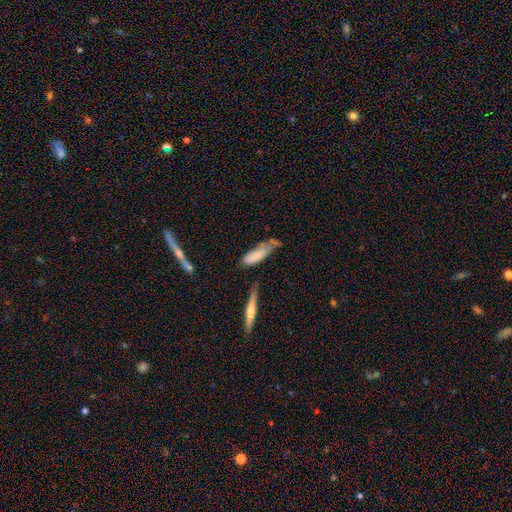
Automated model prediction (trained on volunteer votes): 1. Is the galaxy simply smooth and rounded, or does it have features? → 75% smooth, 18% featured or disk, 7% star or artifact.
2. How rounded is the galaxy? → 51% cigar-shaped, 47% in between, 2% round.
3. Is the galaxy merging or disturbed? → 37% none, 35% minor disturbance, 16% major disturbance, 12% merger.